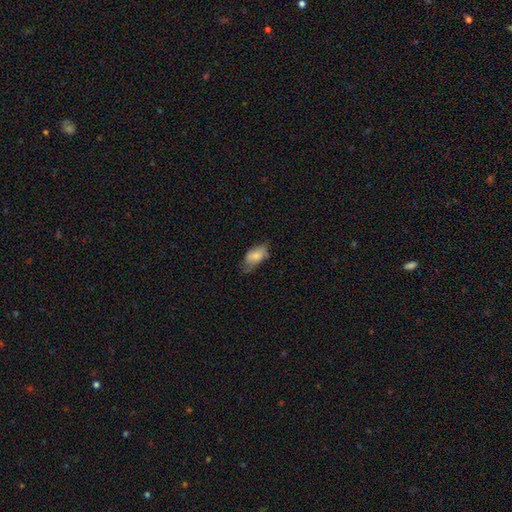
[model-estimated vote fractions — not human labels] This appears to be a smooth galaxy with no disk features (71%) that is in between round and cigar-shaped (92%). Merging: none (48%).